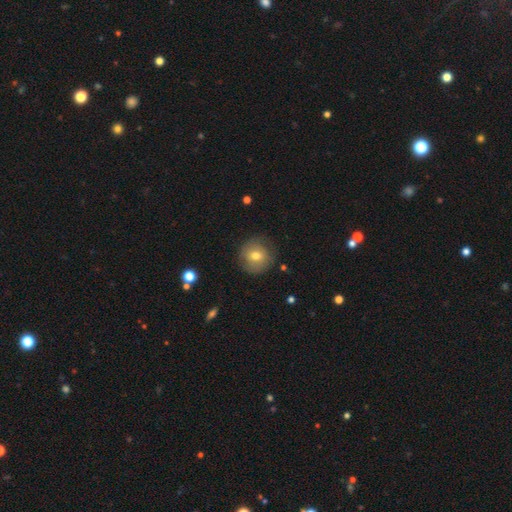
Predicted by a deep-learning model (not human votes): Overall: smooth (66%). How rounded: round (91%). Merging: none (81%).